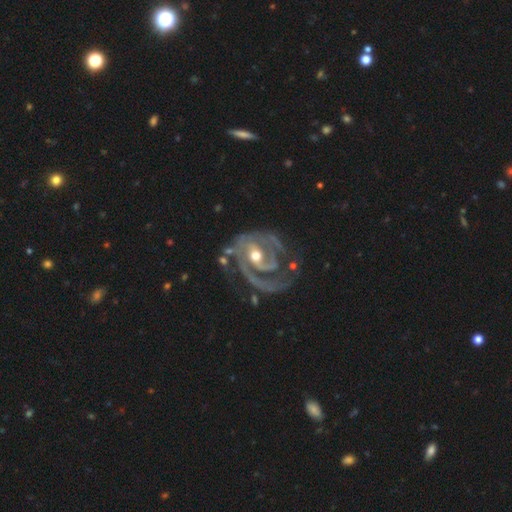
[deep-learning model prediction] Q: Smooth or featured?
A: featured or disk (90%); runner-up: smooth (5%)
Q: Edge-on disk?
A: no (98%); runner-up: yes (2%)
Q: Bar?
A: no (44%); runner-up: weak (38%)
Q: Spiral arms?
A: yes (95%); runner-up: no (5%)
Q: Spiral winding?
A: tight (48%); runner-up: medium (39%)
Q: Spiral arm count?
A: 2 (40%); runner-up: 1 (28%)
Q: Bulge size?
A: moderate (72%); runner-up: small (21%)
Q: Merging?
A: none (42%); runner-up: major disturbance (31%)